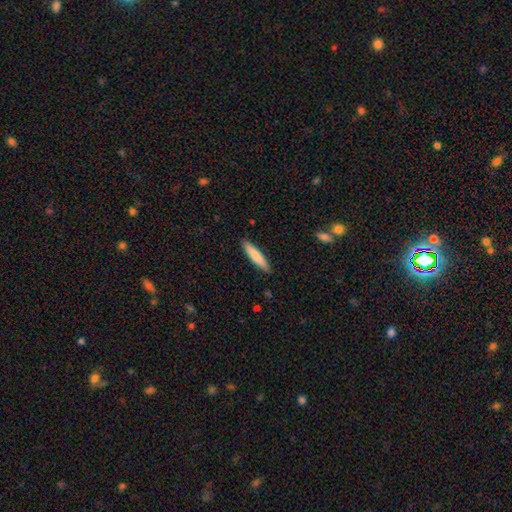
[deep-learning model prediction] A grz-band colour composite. It shows a smooth galaxy with no disk features (78%) that is cigar-shaped (84%). Merging: none (90%).